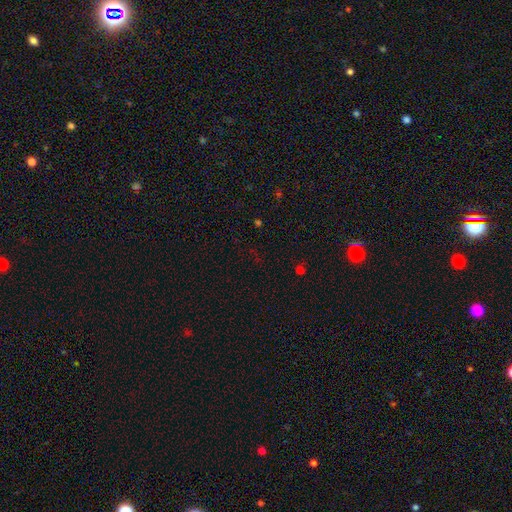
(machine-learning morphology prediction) Smooth or featured?
  - star or artifact: 66% *
  - smooth: 26%
  - featured or disk: 8%